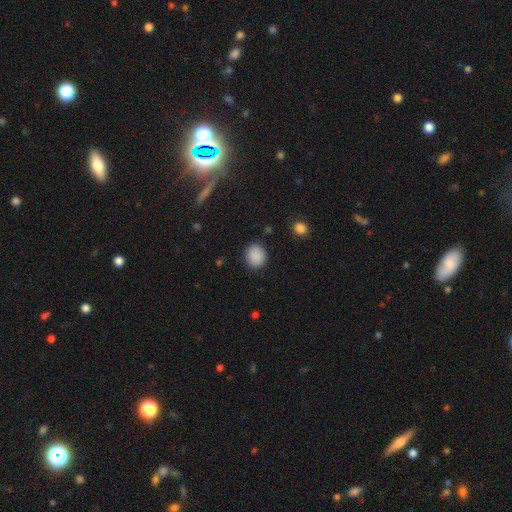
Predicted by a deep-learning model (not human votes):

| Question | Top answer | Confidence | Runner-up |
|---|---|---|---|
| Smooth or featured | smooth | 89% | star or artifact (8%) |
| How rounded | round | 68% | in between (31%) |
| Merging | none | 87% | minor disturbance (9%) |